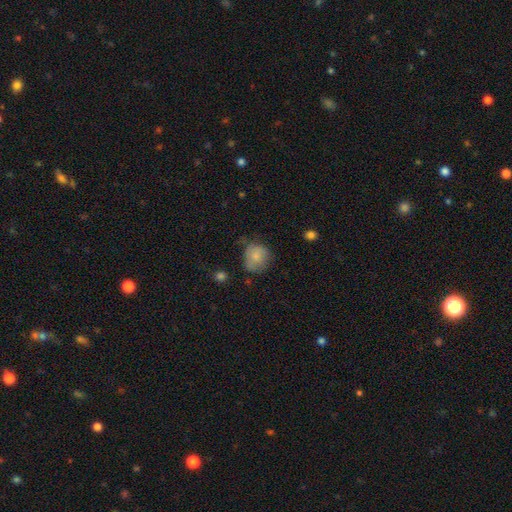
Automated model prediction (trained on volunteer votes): smooth-or-featured: smooth: 78% | featured or disk: 13% | star or artifact: 9%
  how-rounded: round: 73% | in between: 26% | cigar-shaped: 1%
  merging: none: 50% | minor disturbance: 34% | major disturbance: 13% | merger: 3%